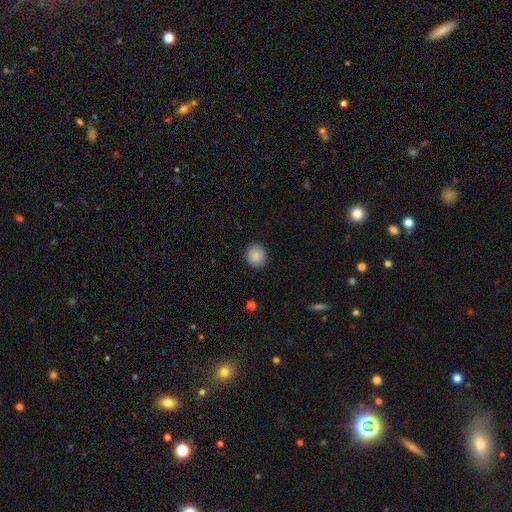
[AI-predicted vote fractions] smooth_or_featured: smooth (p=0.88) [alt: star or artifact p=0.08]
how_rounded: round (p=0.90) [alt: in between p=0.09]
merging: none (p=0.91) [alt: minor disturbance p=0.06]